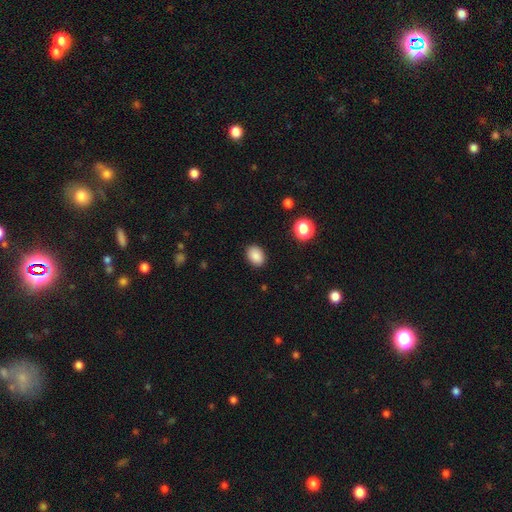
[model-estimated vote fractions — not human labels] This is clearly a smooth galaxy (87%). How rounded: likely in between (73%). Merging: clearly none (89%).